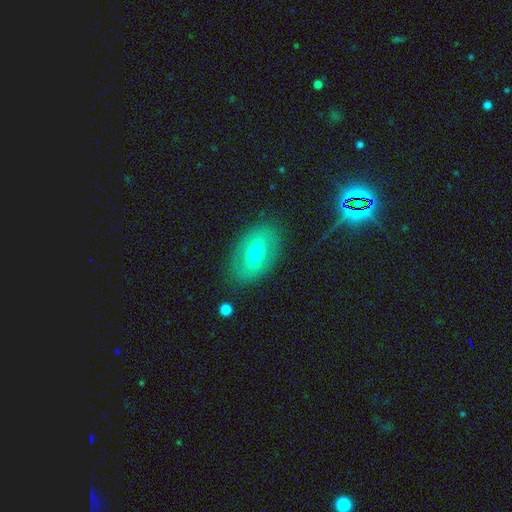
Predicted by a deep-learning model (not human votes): Smooth or featured? Predicted: smooth (p=0.44). Merging? Predicted: none (p=0.82).